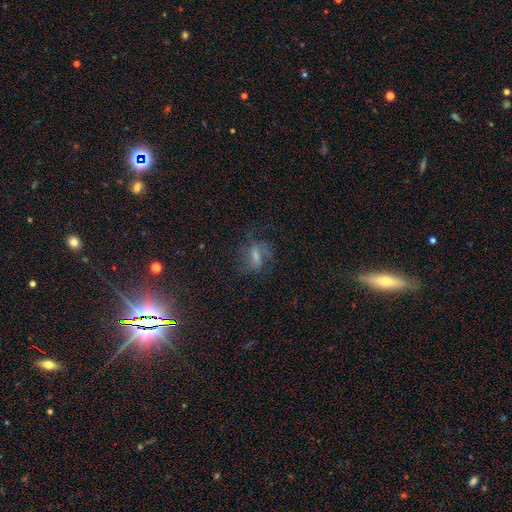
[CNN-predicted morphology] Smooth or featured? Predicted: featured or disk (p=0.50). Edge-on disk? Predicted: no (p=0.92). Merging? Predicted: none (p=0.55).